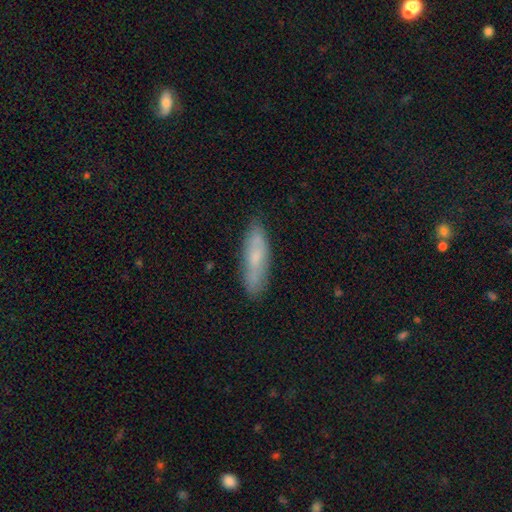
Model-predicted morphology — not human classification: type=smooth (62%); roundness=cigar-shaped (62%); merging=none (82%).